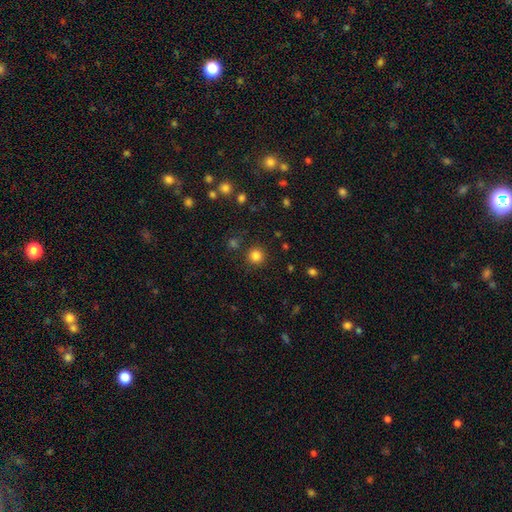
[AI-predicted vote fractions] Morphology: type=smooth (83%); roundness=round (94%); merging=none (88%).